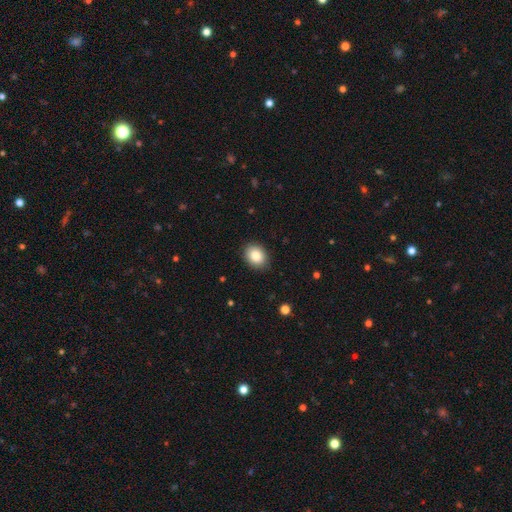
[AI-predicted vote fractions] A smooth galaxy with no disk features (85%) that is in between round and cigar-shaped (57%). Merging: none (89%).